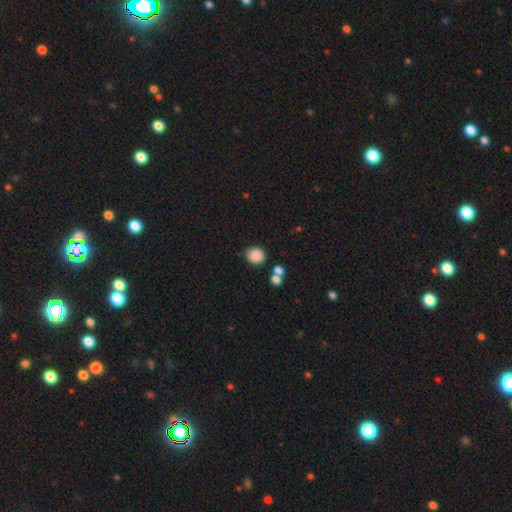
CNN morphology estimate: This is clearly a smooth galaxy (86%). How rounded: clearly round (82%). Merging: likely none (73%).